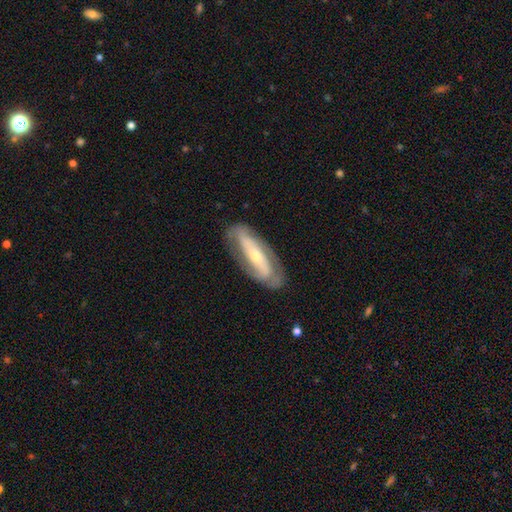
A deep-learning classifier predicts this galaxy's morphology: featured or disk 72%, smooth 22%, star or artifact 6%. Down the decision tree: edge-on disk — no (81%); bar — no (40%); spiral arms — yes (71%); bulge size — small (59%); merging — none (77%).